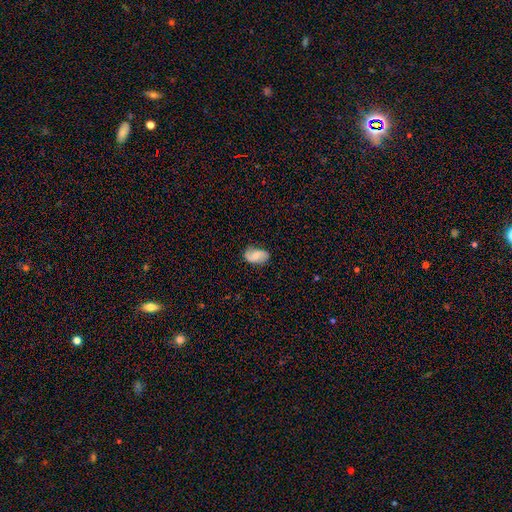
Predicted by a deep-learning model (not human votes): smooth_or_featured: featured or disk (p=0.59) [alt: smooth p=0.34]
disk_edge_on: no (p=0.97) [alt: yes p=0.03]
bar: no (p=0.51) [alt: weak p=0.40]
has_spiral_arms: yes (p=0.91) [alt: no p=0.09]
spiral_winding: loose (p=0.44) [alt: medium p=0.39]
spiral_arm_count: 2 (p=0.85) [alt: can't tell p=0.06]
bulge_size: moderate (p=0.43) [alt: small p=0.42]
merging: none (p=0.72) [alt: minor disturbance p=0.21]